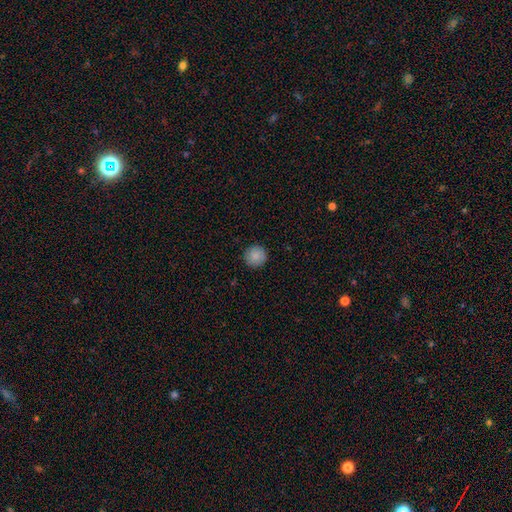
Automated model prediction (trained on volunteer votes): Smooth or featured?
  - smooth: 88% *
  - star or artifact: 8%
  - featured or disk: 4%
How rounded?
  - round: 96% *
  - in between: 3%
  - cigar-shaped: 1%
Merging?
  - none: 92% *
  - minor disturbance: 6%
  - major disturbance: 2%
  - merger: 1%